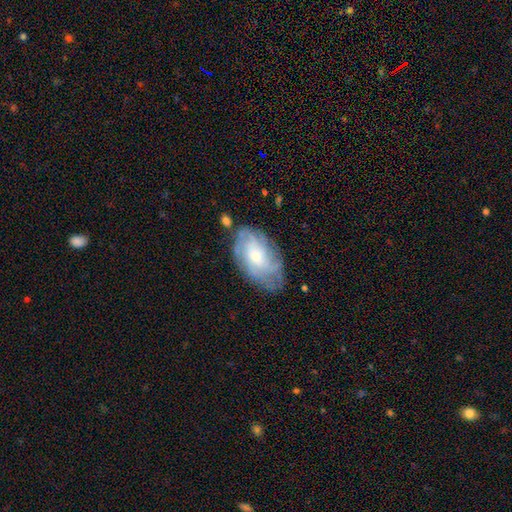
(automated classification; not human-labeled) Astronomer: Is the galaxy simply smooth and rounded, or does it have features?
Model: featured or disk — 70%.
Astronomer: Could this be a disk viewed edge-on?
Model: no — 95%.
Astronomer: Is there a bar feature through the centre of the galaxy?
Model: no — 72%.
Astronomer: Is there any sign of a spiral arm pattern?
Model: yes — 88%.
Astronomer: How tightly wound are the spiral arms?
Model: tight — 57%.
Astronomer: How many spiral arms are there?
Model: can't tell — 47%.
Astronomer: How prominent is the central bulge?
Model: small — 53% (runner-up: moderate, 40%).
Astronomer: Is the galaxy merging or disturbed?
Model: none — 71%.